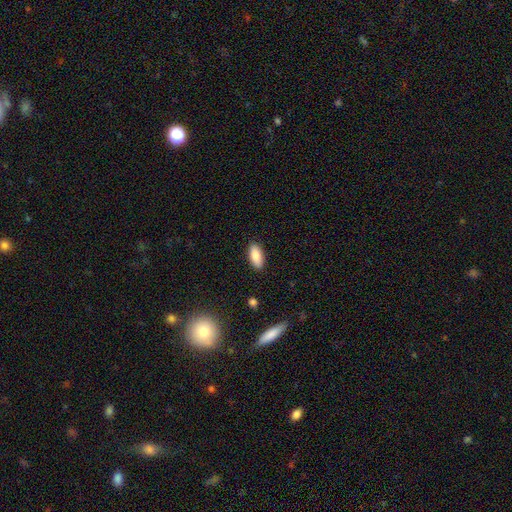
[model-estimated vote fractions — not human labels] smooth 87%, star or artifact 7%, featured or disk 6%. Down the decision tree: how rounded — in between (84%); merging — none (88%).